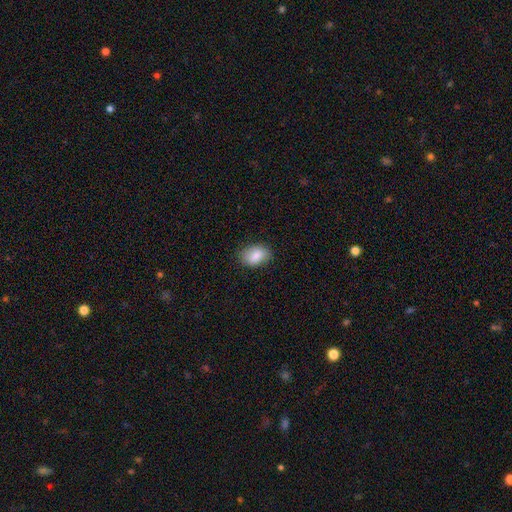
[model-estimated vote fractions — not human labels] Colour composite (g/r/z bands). It shows a smooth galaxy with no disk features (85%) that is in between round and cigar-shaped (89%). Merging: none (81%).